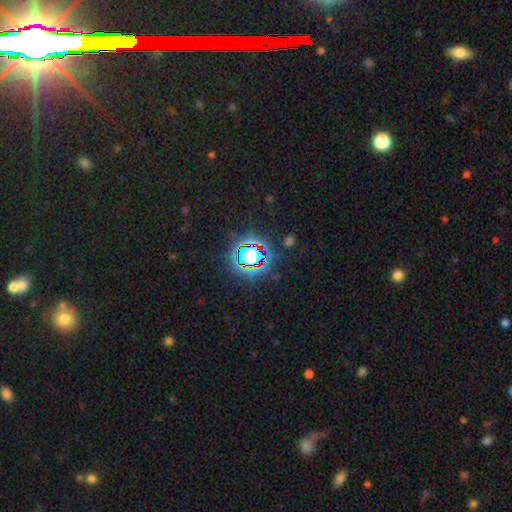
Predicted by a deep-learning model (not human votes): star or artifact 72%, smooth 18%, featured or disk 10%.